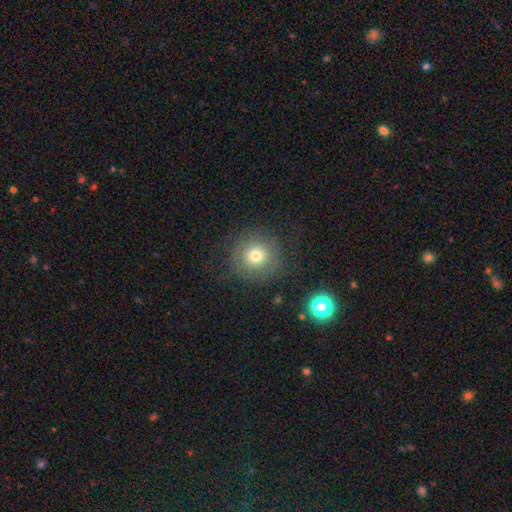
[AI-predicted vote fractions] smooth-or-featured: smooth: 70% | featured or disk: 16% | star or artifact: 14%
  how-rounded: round: 93% | in between: 6% | cigar-shaped: 1%
  merging: none: 80% | minor disturbance: 11% | major disturbance: 8% | merger: 2%